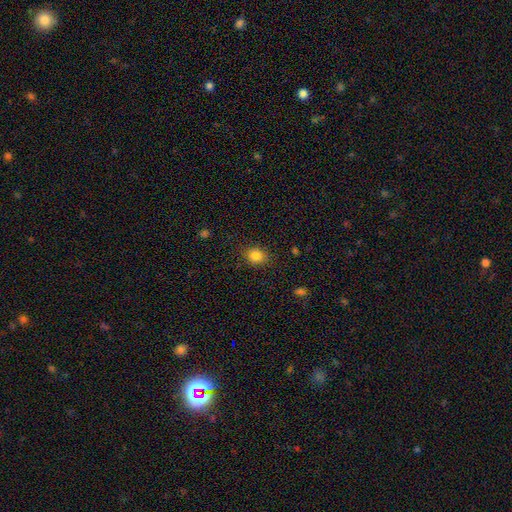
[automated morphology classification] Overall: smooth (84%). How rounded: round (66%; in between 33%). Merging: none (86%).